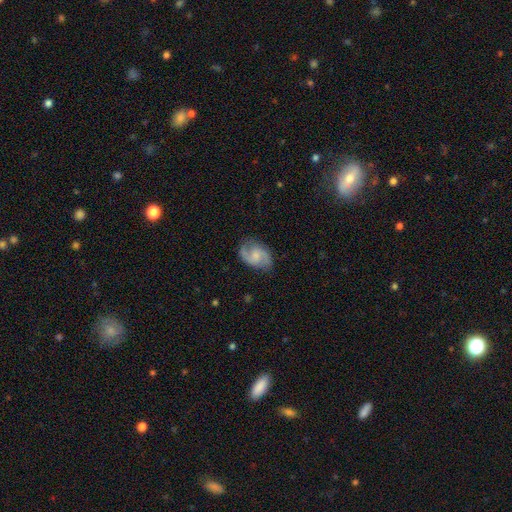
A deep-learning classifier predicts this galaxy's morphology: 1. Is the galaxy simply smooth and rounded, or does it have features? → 77% featured or disk, 18% smooth, 6% star or artifact.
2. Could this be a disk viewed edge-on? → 97% no, 3% yes.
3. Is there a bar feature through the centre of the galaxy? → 48% no, 44% weak, 7% strong.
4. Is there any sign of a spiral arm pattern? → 95% yes, 5% no.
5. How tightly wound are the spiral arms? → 52% medium, 31% loose, 18% tight.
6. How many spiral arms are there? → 90% 2, 5% can't tell, 2% 1, 2% 3, 1% 4, 1% more than 4.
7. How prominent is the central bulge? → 45% small, 33% moderate, 17% none, 3% large, 1% dominant.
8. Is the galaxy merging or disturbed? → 76% none, 17% minor disturbance, 6% major disturbance, 1% merger.